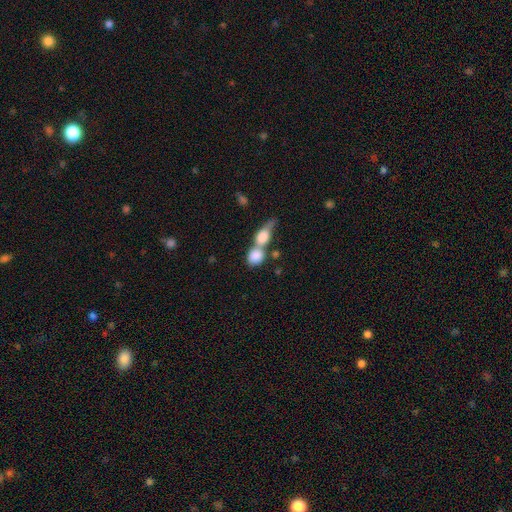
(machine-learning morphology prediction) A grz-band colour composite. It shows a smooth galaxy with no disk features (80%) that is round (51%). Merging: merger (70%).